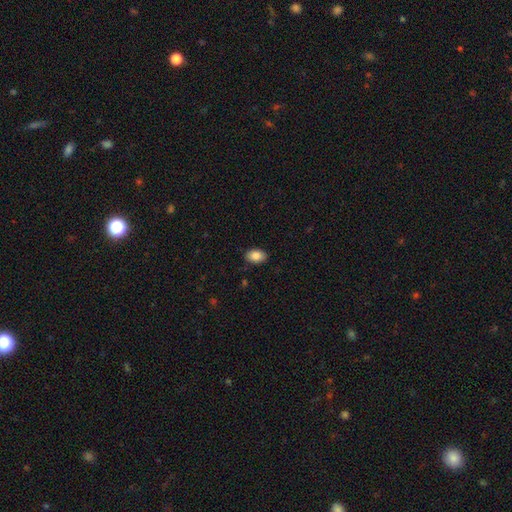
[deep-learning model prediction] Overall: smooth (87%). How rounded: in between (86%). Merging: none (87%).